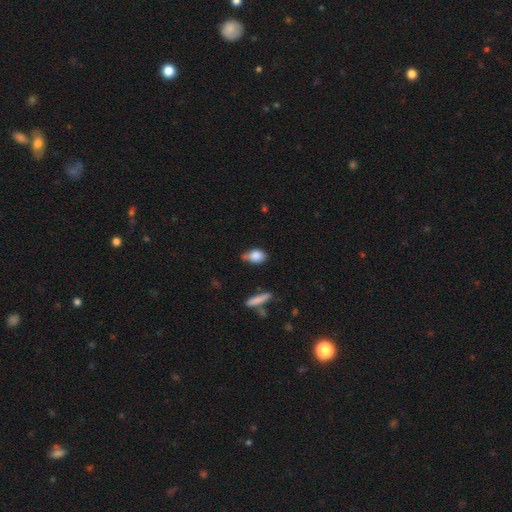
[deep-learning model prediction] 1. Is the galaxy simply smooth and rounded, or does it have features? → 83% smooth, 9% featured or disk, 8% star or artifact.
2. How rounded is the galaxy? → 78% in between, 17% round, 5% cigar-shaped.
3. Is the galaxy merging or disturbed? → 47% none, 39% minor disturbance, 8% major disturbance, 6% merger.